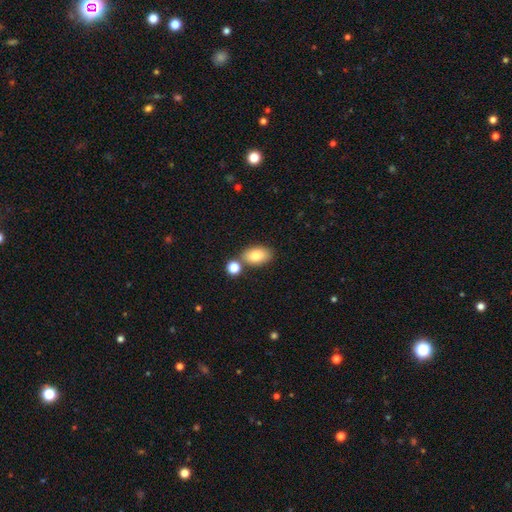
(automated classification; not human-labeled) Overall: smooth (82%). How rounded: in between (90%). Merging: none (68%).